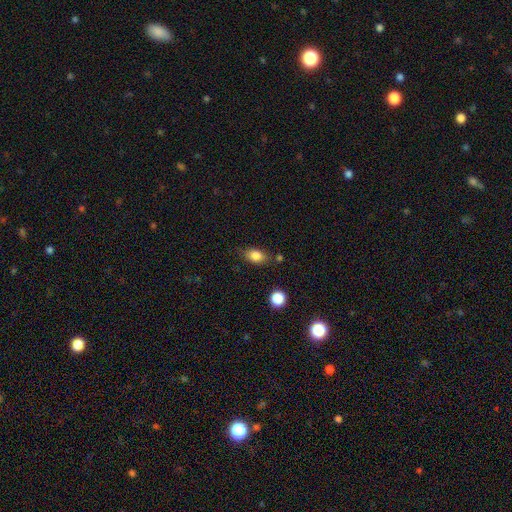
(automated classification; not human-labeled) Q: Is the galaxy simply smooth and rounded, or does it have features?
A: smooth — 83%.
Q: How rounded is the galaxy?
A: in between — 82%.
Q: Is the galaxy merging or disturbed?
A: none — 75%.